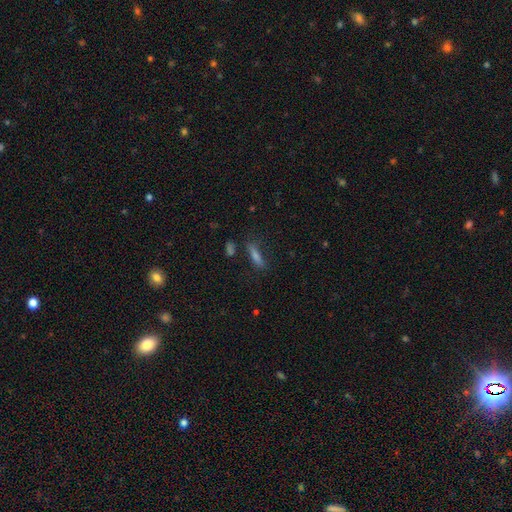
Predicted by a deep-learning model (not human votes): A smooth galaxy with no disk features (60%) that is cigar-shaped (80%). Merging: none (74%).